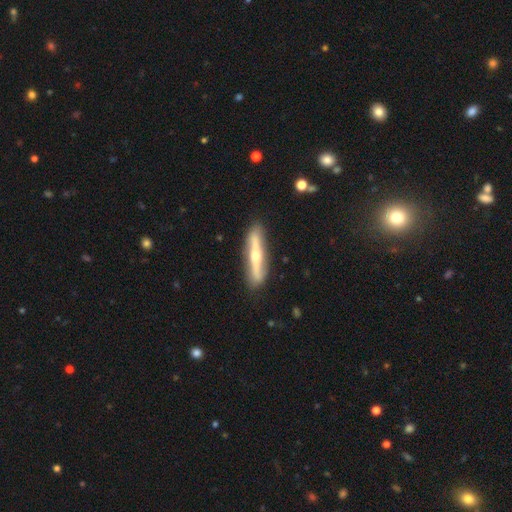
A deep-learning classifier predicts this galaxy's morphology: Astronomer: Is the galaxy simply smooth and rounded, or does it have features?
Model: featured or disk — 67%.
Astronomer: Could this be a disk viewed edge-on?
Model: yes — 83%.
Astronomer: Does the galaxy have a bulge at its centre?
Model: rounded — 90%.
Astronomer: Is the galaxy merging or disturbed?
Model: none — 87%.